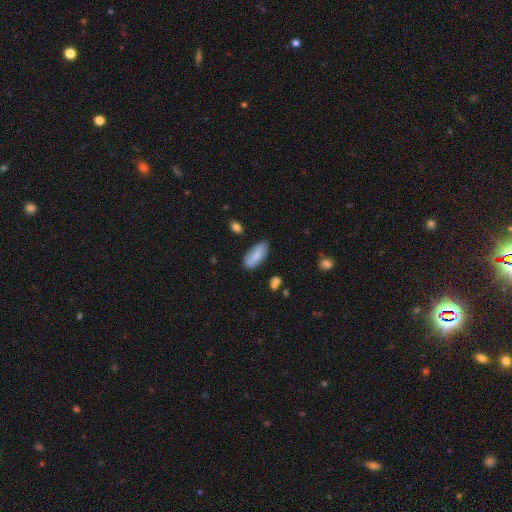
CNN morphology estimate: smooth_or_featured: smooth (p=0.80) [alt: featured or disk p=0.13]
how_rounded: in between (p=0.87) [alt: cigar-shaped p=0.11]
merging: none (p=0.77) [alt: minor disturbance p=0.18]